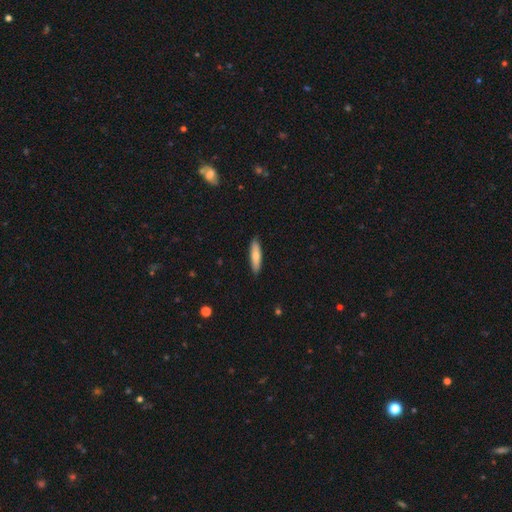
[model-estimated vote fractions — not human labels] A smooth galaxy with no disk features (74%) that is cigar-shaped (74%).

Vote fractions:
- Smooth or featured? smooth: 74% / featured or disk: 21% / star or artifact: 6%
- How rounded? cigar-shaped: 74% / in between: 25% / round: 2%
- Merging? none: 89% / minor disturbance: 9% / major disturbance: 2% / merger: 1%